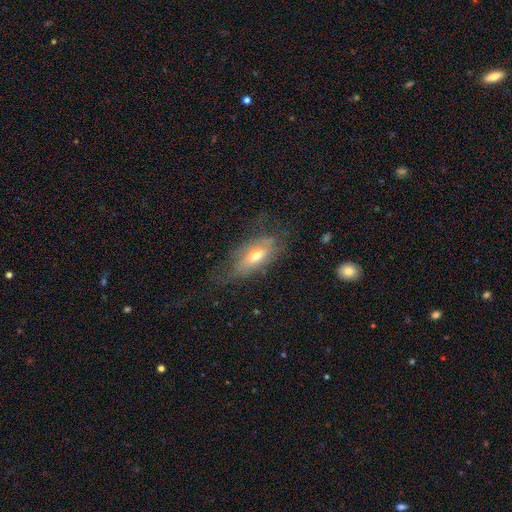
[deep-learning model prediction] Morphology: type=smooth (49%); merging=none (54%).